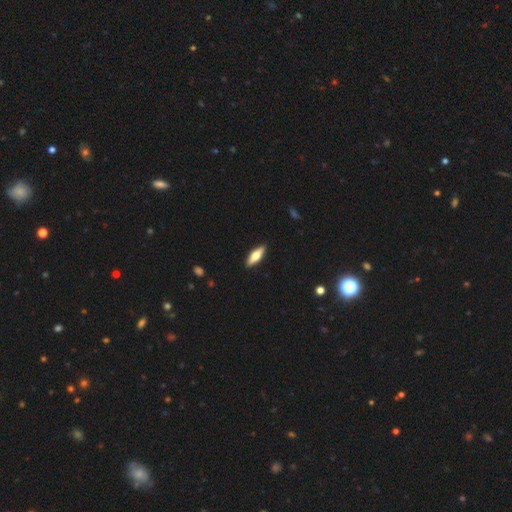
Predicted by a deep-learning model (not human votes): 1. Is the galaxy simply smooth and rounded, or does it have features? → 57% smooth, 37% featured or disk, 6% star or artifact.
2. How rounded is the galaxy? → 53% in between, 45% cigar-shaped, 2% round.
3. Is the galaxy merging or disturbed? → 90% none, 8% minor disturbance, 2% major disturbance, 1% merger.